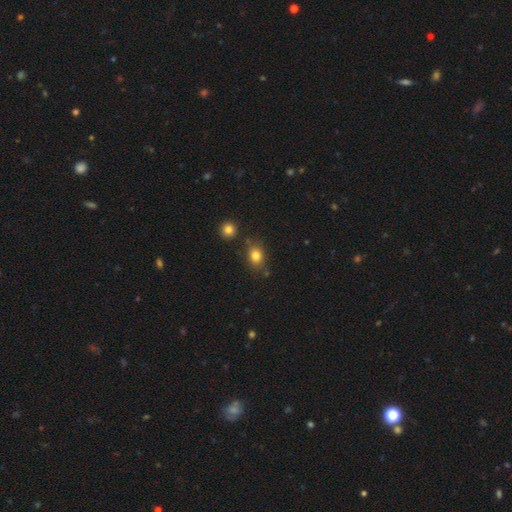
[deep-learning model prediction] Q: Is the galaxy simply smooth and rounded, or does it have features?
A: smooth — 81%.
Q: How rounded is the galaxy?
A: in between — 58%.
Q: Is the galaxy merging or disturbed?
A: none — 75%.